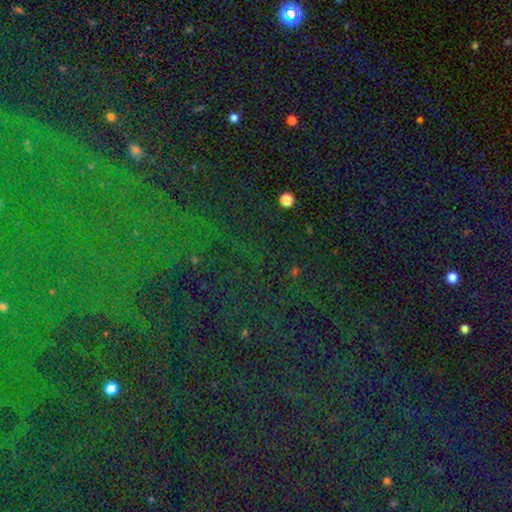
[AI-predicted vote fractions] A star or artifact, not a galaxy (80%).

Vote fractions:
- Smooth or featured? star or artifact: 80% / smooth: 12% / featured or disk: 8%